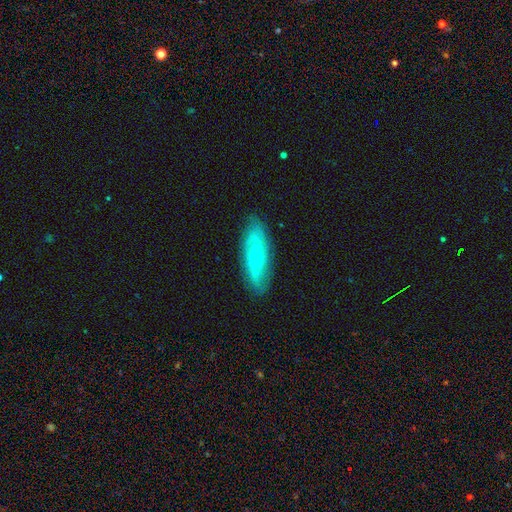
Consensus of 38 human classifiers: Smooth or featured? featured or disk (74%)
Edge-on disk? no (93%)
Bar? no (69%)
Spiral arms? yes (92%)
Spiral winding? tight (92%)
Spiral arm count? 3 (33%, tied with can't tell)
Bulge size? small (85%)
Merging? none (78%)